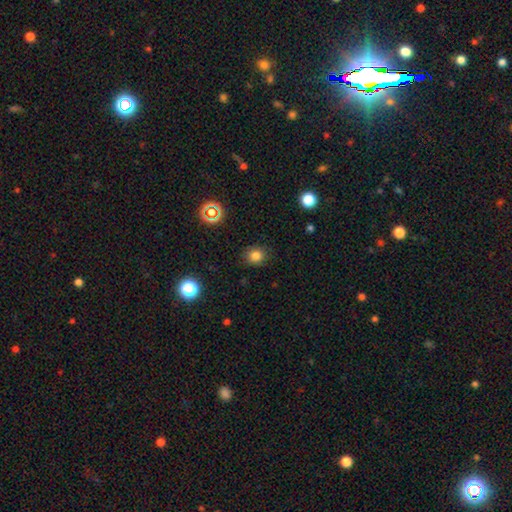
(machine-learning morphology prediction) A smooth galaxy with no disk features (79%) that is round (79%). Merging: none (87%).